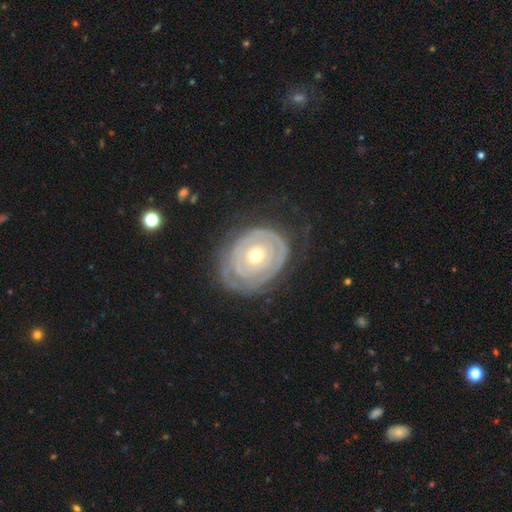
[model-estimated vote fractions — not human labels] Smooth or featured: featured or disk — 78% (smooth — 17%)
Edge-on disk: no — 96% (yes — 4%)
Bar: no — 87% (weak — 9%)
Spiral arms: yes — 66% (no — 34%)
Bulge size: moderate — 56% (small — 39%)
Merging: none — 68% (minor disturbance — 20%)